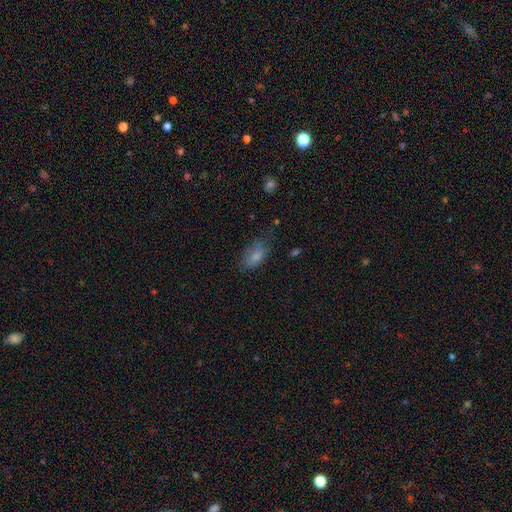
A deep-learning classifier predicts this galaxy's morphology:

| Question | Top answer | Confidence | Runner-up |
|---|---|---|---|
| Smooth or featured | smooth | 78% | featured or disk (12%) |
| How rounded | in between | 89% | cigar-shaped (7%) |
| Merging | none | 52% | minor disturbance (31%) |